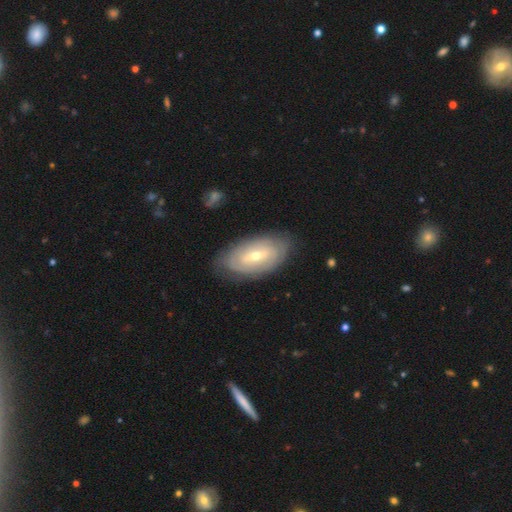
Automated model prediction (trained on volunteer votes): Smooth or featured: featured or disk — 67% (smooth — 27%)
Edge-on disk: no — 90% (yes — 10%)
Bar: weak — 45% (no — 31%)
Spiral arms: yes — 65% (no — 35%)
Bulge size: small — 51% (moderate — 45%)
Merging: none — 80% (minor disturbance — 15%)